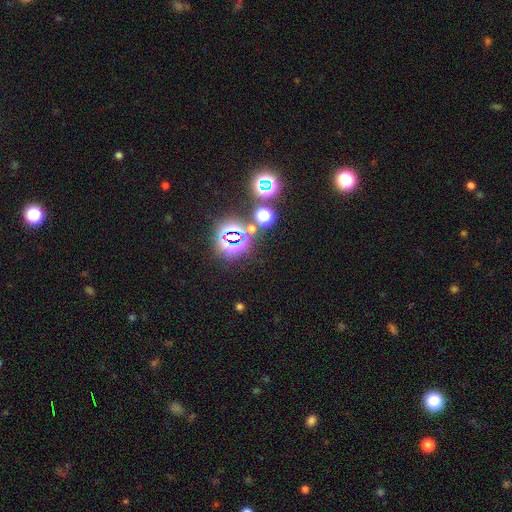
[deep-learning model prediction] This appears to be a star or artifact, not a galaxy (76%).